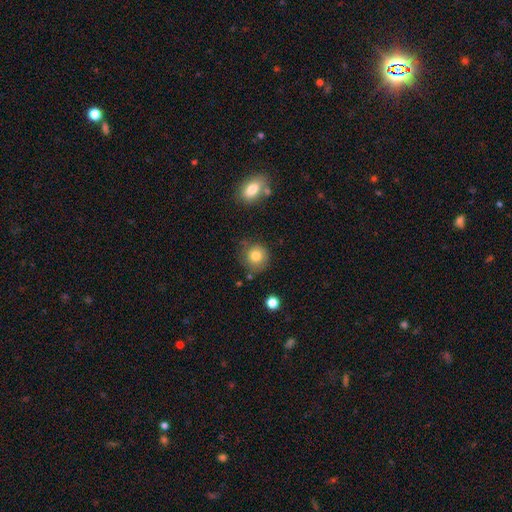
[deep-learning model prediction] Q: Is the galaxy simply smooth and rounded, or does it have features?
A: smooth — 80%.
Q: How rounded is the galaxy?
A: round — 89%.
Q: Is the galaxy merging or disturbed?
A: none — 73%.